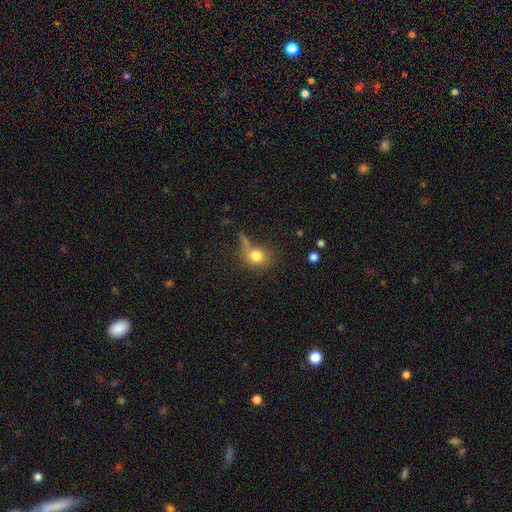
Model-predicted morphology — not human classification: smooth_or_featured: smooth (p=0.78) [alt: star or artifact p=0.12]
how_rounded: round (p=0.63) [alt: in between p=0.35]
merging: none (p=0.52) [alt: minor disturbance p=0.20]